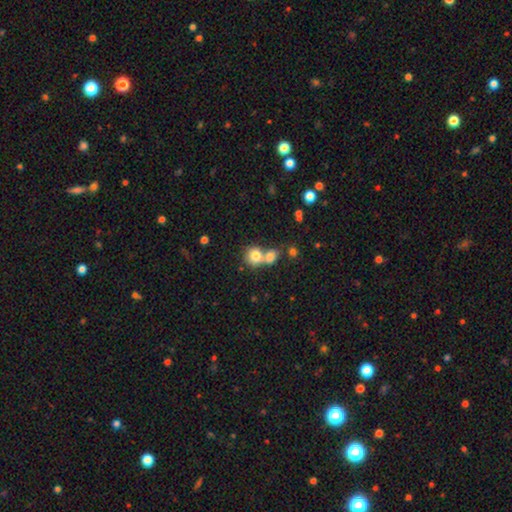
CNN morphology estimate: type=smooth (76%); roundness=round (75%); merging=merger (60%).